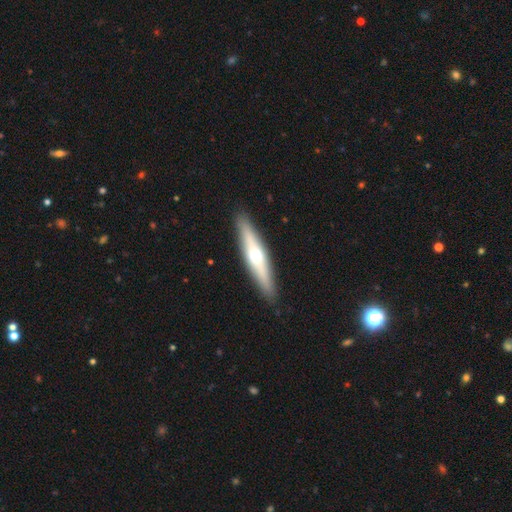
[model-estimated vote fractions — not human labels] Q: Smooth or featured?
A: featured or disk (54%); runner-up: smooth (41%)
Q: Edge-on disk?
A: yes (86%); runner-up: no (14%)
Q: Merging?
A: none (90%); runner-up: minor disturbance (7%)